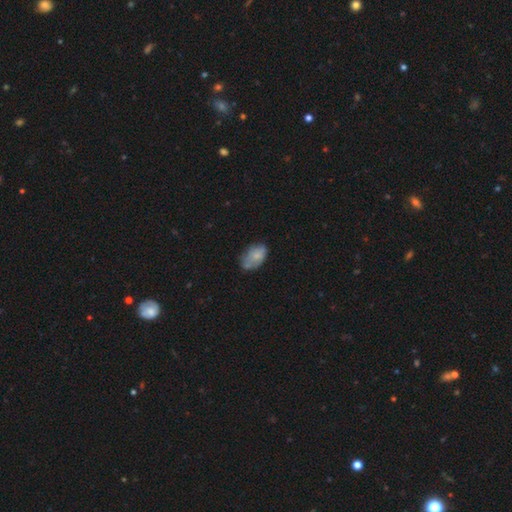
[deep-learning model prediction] Smooth or featured?
  - smooth: 68% *
  - featured or disk: 24%
  - star or artifact: 8%
How rounded?
  - in between: 89% *
  - round: 9%
  - cigar-shaped: 1%
Merging?
  - none: 52% *
  - minor disturbance: 31%
  - major disturbance: 10%
  - merger: 6%